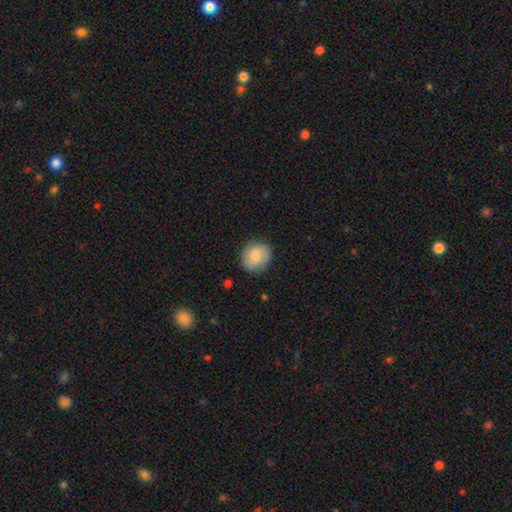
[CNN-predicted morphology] Smooth or featured: smooth — 81% (featured or disk — 12%)
How rounded: round — 80% (in between — 19%)
Merging: none — 84% (minor disturbance — 12%)